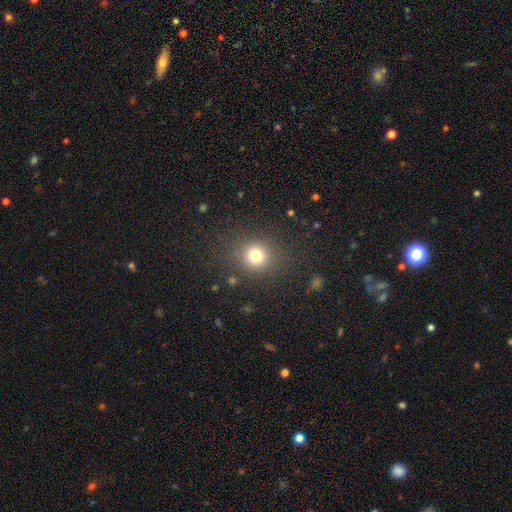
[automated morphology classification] type=smooth (79%); roundness=round (85%); merging=none (83%).